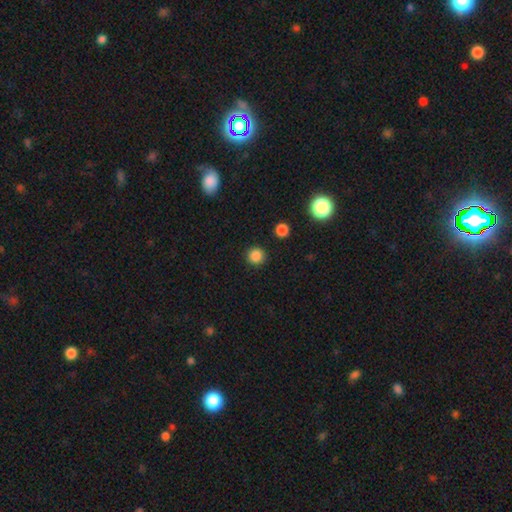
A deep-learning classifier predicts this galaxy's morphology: This is clearly a smooth galaxy (85%). How rounded: clearly round (94%). Merging: clearly none (91%).